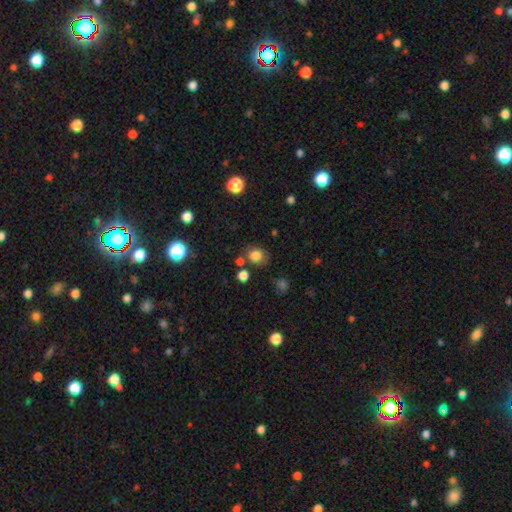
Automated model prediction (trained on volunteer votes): Smooth or featured? Predicted: smooth (p=0.80). How rounded? Predicted: round (p=0.73). Merging? Predicted: none (p=0.73).